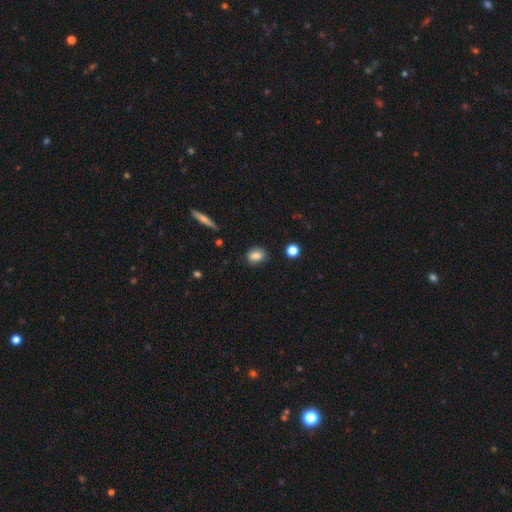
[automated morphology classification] Smooth or featured: smooth — 81% (featured or disk — 10%)
How rounded: in between — 62% (round — 35%)
Merging: none — 81% (minor disturbance — 14%)